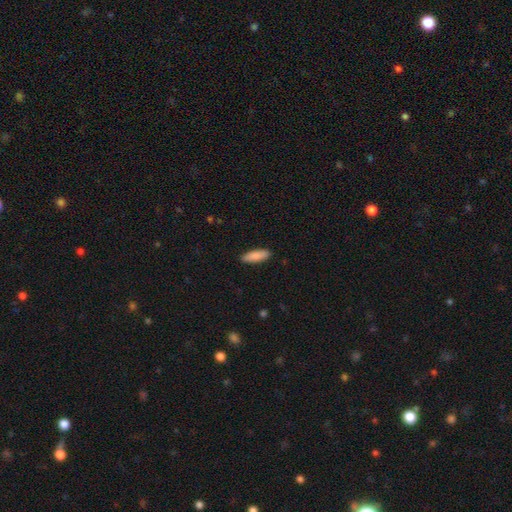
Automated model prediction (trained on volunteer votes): Smooth or featured? Predicted: smooth (p=0.88). How rounded? Predicted: in between (p=0.56). Merging? Predicted: none (p=0.90).